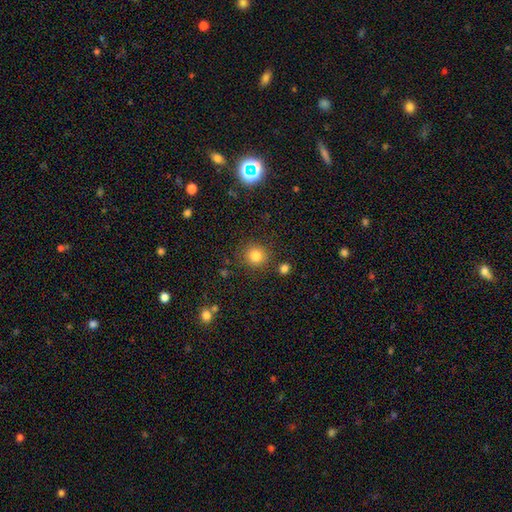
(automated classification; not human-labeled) smooth 81%, star or artifact 13%, featured or disk 6%. Down the decision tree: how rounded — round (91%); merging — none (86%).